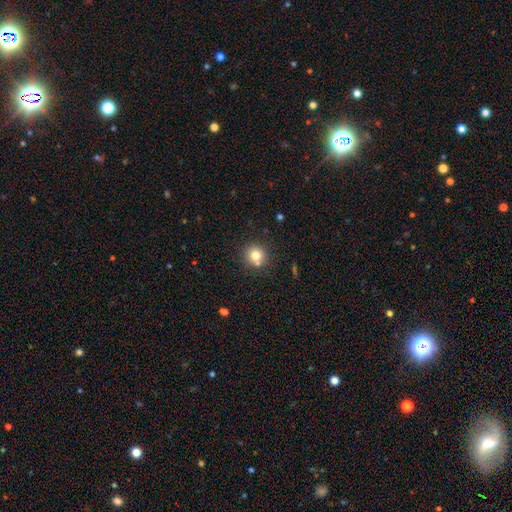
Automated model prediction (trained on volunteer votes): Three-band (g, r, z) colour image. It shows a smooth galaxy with no disk features (77%) that is round (91%). Merging: none (73%).